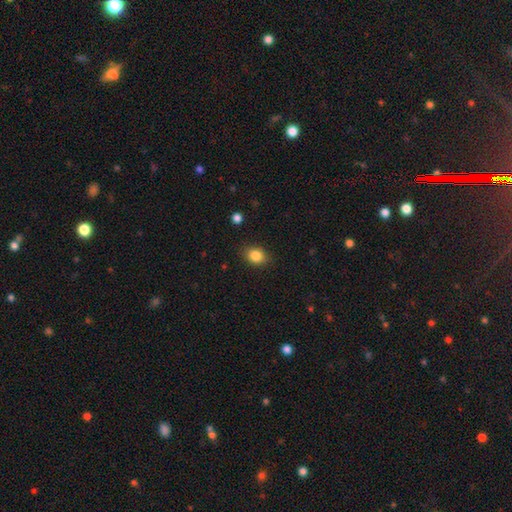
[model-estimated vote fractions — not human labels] Smooth or featured: smooth — 85% (star or artifact — 10%)
How rounded: in between — 58% (round — 41%)
Merging: none — 86% (minor disturbance — 10%)